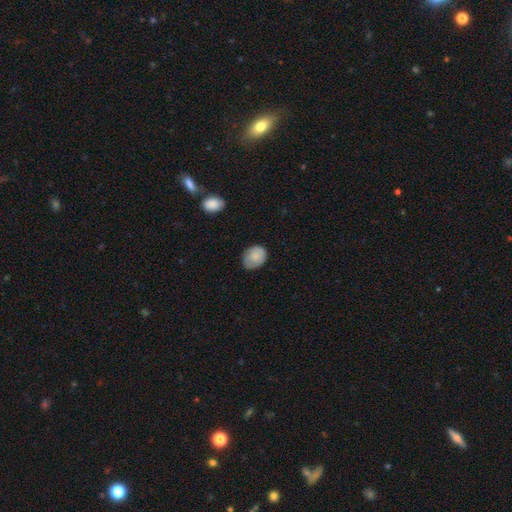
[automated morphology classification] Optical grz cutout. It shows a smooth galaxy with no disk features (78%) that is in between round and cigar-shaped (52%). Merging: none (68%).